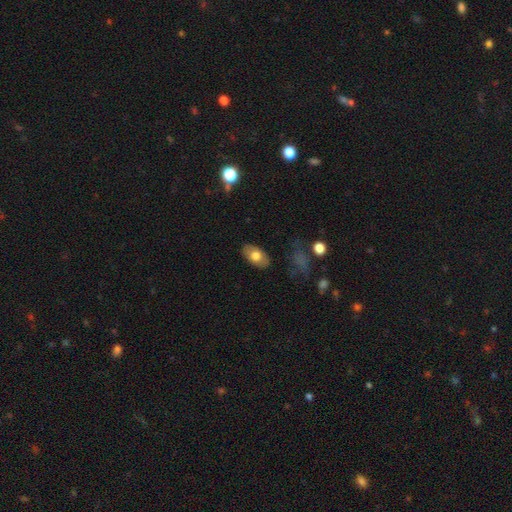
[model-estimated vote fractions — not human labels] smooth-or-featured: smooth: 70% | featured or disk: 23% | star or artifact: 7%
  how-rounded: in between: 92% | round: 6% | cigar-shaped: 2%
  merging: none: 84% | minor disturbance: 12% | major disturbance: 3% | merger: 1%